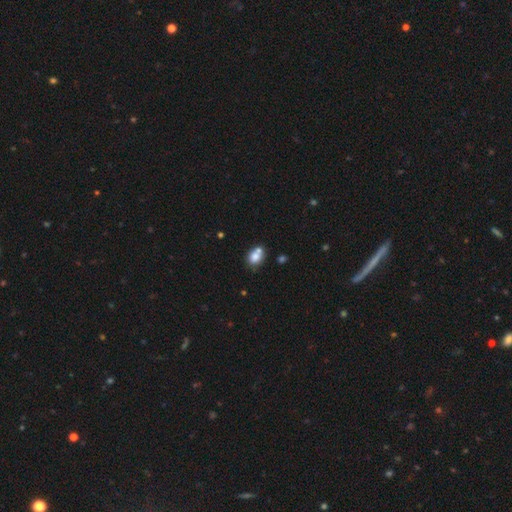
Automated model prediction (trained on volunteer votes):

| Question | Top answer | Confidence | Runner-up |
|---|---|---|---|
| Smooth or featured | smooth | 77% | featured or disk (13%) |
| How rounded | in between | 54% | round (45%) |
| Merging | none | 43% | merger (37%) |